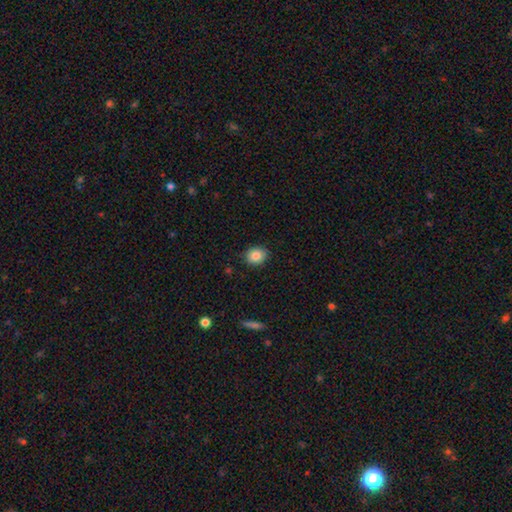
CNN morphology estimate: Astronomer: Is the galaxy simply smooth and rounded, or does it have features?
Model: smooth — 85%.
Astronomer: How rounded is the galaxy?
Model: round — 56% (runner-up: in between, 43%).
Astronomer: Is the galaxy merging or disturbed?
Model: none — 87%.